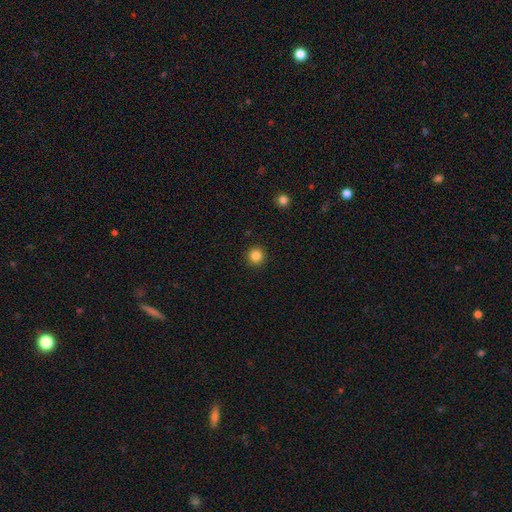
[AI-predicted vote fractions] This is clearly a smooth galaxy (85%). How rounded: clearly round (95%). Merging: clearly none (93%).